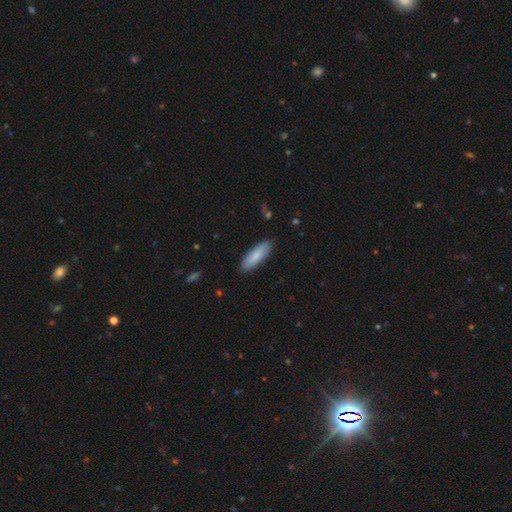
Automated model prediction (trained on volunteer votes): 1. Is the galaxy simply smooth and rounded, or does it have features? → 83% smooth, 12% featured or disk, 5% star or artifact.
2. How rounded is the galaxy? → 55% in between, 44% cigar-shaped, 1% round.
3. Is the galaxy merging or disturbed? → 87% none, 10% minor disturbance, 2% major disturbance, 1% merger.